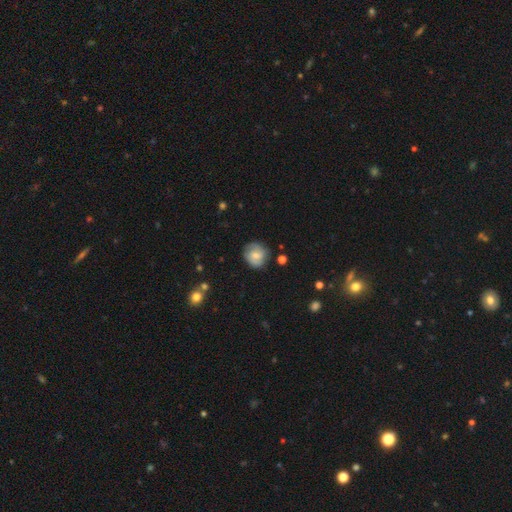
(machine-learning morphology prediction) type=smooth (52%); roundness=round (81%); merging=none (76%).